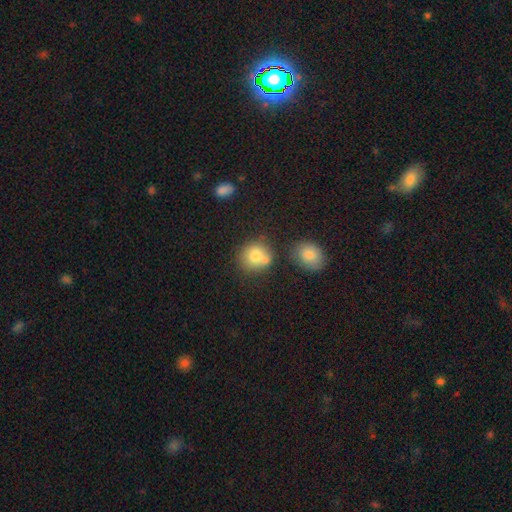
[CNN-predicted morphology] smooth_or_featured: smooth (p=0.77) [alt: featured or disk p=0.13]
how_rounded: round (p=0.82) [alt: in between p=0.17]
merging: none (p=0.57) [alt: merger p=0.26]